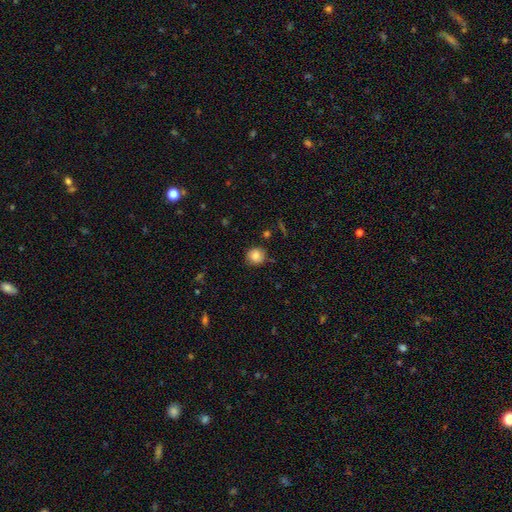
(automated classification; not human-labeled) Smooth or featured? Predicted: smooth (p=0.82). How rounded? Predicted: round (p=0.89). Merging? Predicted: none (p=0.82).